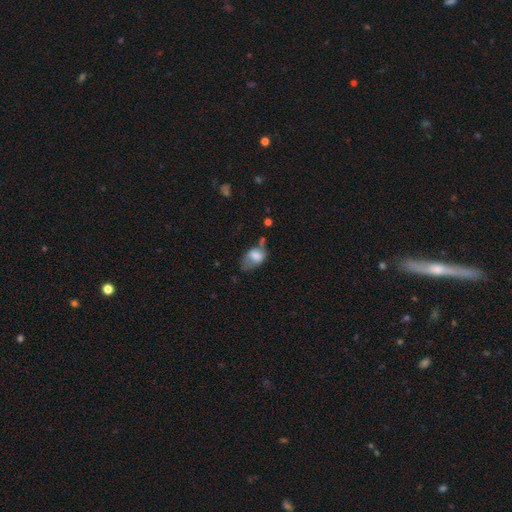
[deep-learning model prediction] Smooth or featured: smooth — 64% (featured or disk — 27%)
How rounded: in between — 81% (round — 17%)
Merging: minor disturbance — 33% (none — 31%)